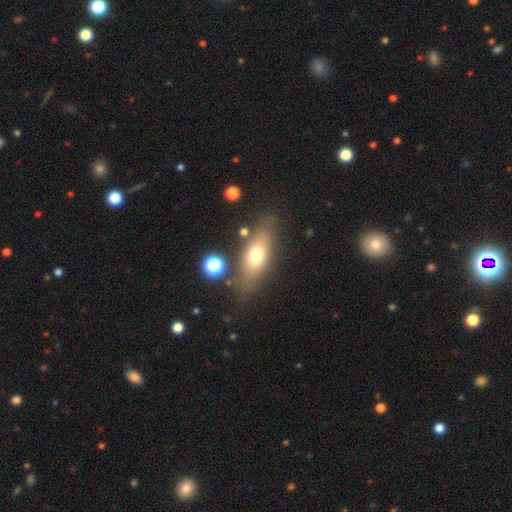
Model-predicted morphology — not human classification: Smooth or featured: smooth — 64% (featured or disk — 26%)
How rounded: in between — 67% (cigar-shaped — 27%)
Merging: none — 74% (minor disturbance — 15%)